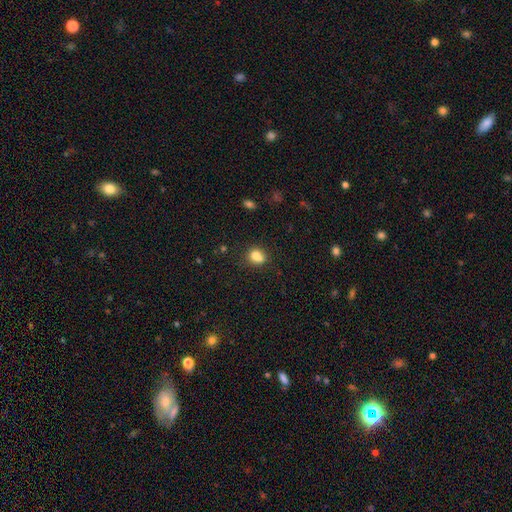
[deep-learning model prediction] This appears to be a smooth galaxy with no disk features (78%) that is round (60%). Merging: none (50%).